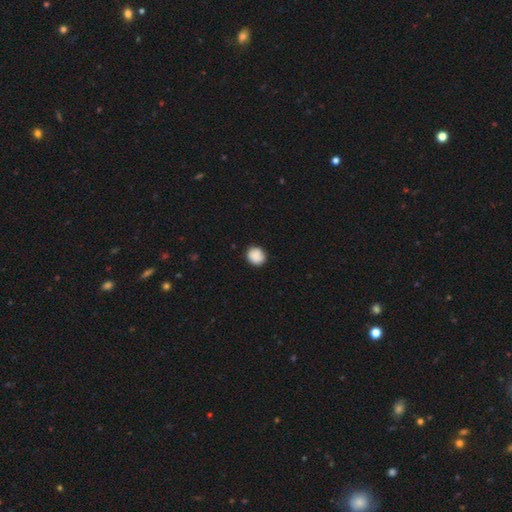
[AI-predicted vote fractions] Smooth or featured: smooth — 88% (star or artifact — 8%)
How rounded: round — 82% (in between — 17%)
Merging: none — 84% (minor disturbance — 12%)